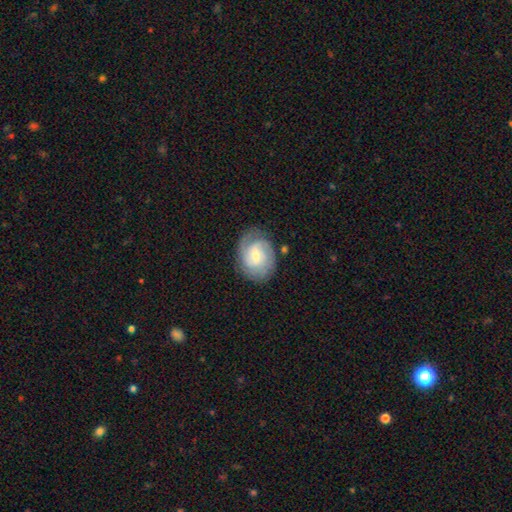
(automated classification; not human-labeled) Smooth or featured: featured or disk — 73% (smooth — 21%)
Edge-on disk: no — 97% (yes — 3%)
Bar: weak — 50% (no — 40%)
Spiral arms: yes — 93% (no — 7%)
Spiral winding: tight — 52% (medium — 37%)
Spiral arm count: 2 — 35% (can't tell — 31%)
Bulge size: small — 56% (moderate — 38%)
Merging: none — 74% (minor disturbance — 17%)